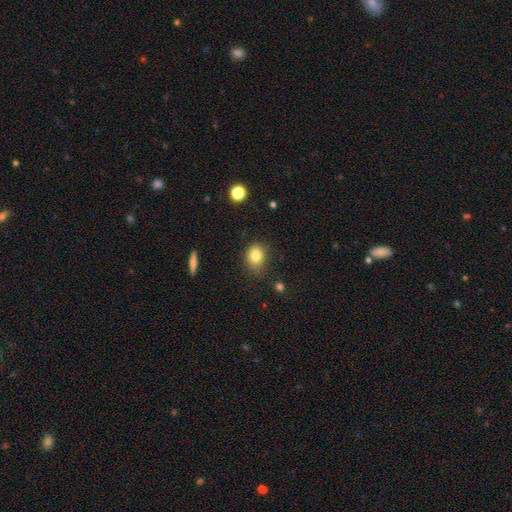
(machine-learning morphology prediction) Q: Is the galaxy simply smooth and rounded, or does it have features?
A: smooth — 82%.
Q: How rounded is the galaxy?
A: in between — 52%.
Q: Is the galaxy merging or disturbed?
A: none — 71%.